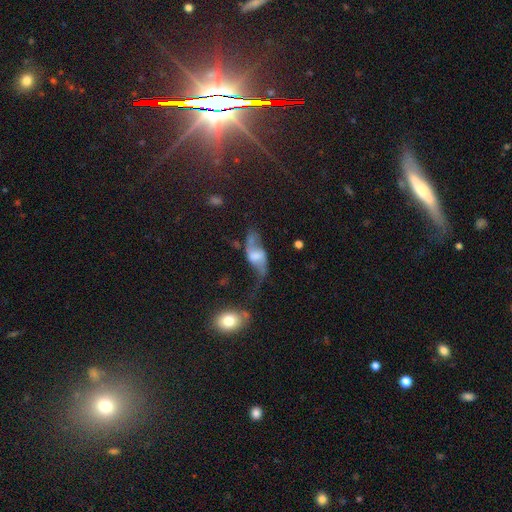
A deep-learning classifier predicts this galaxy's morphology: Smooth or featured: featured or disk — 71% (smooth — 21%)
Edge-on disk: no — 88% (yes — 12%)
Bar: weak — 44% (no — 32%)
Spiral arms: yes — 81% (no — 19%)
Spiral winding: loose — 81% (medium — 14%)
Spiral arm count: 2 — 88% (can't tell — 5%)
Bulge size: moderate — 34% (small — 25%)
Merging: none — 37% (major disturbance — 30%)